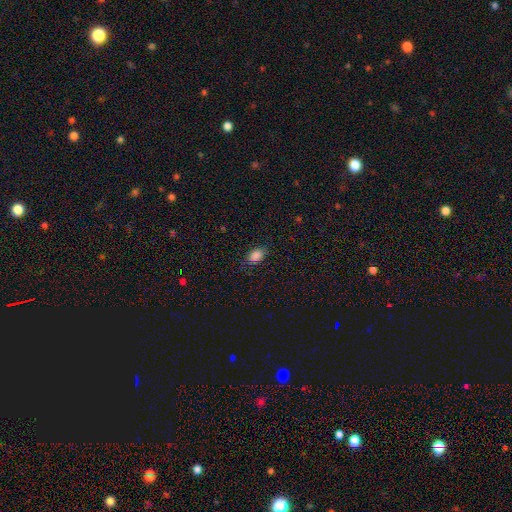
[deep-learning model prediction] A smooth galaxy with no disk features (86%) that is in between round and cigar-shaped (86%). Merging: none (81%).